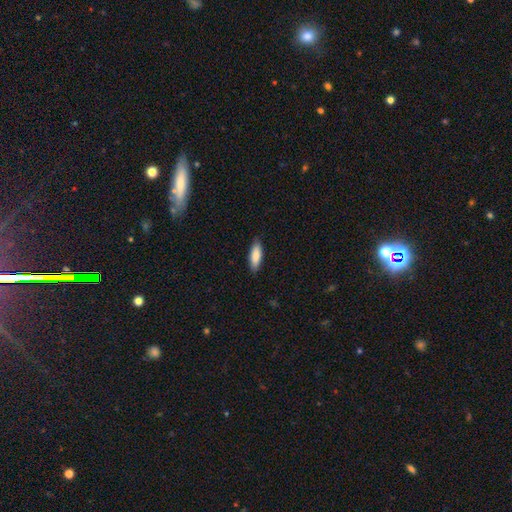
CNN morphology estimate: Q: Smooth or featured?
A: smooth (86%); runner-up: featured or disk (9%)
Q: How rounded?
A: in between (57%); runner-up: cigar-shaped (41%)
Q: Merging?
A: none (87%); runner-up: minor disturbance (11%)